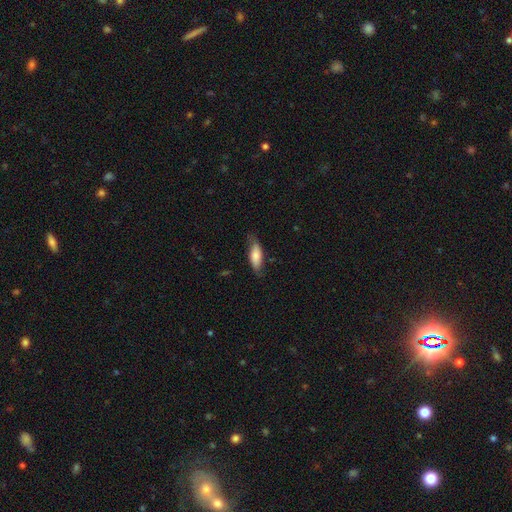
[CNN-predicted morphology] Overall: smooth (73%). How rounded: in between (69%). Merging: none (67%).